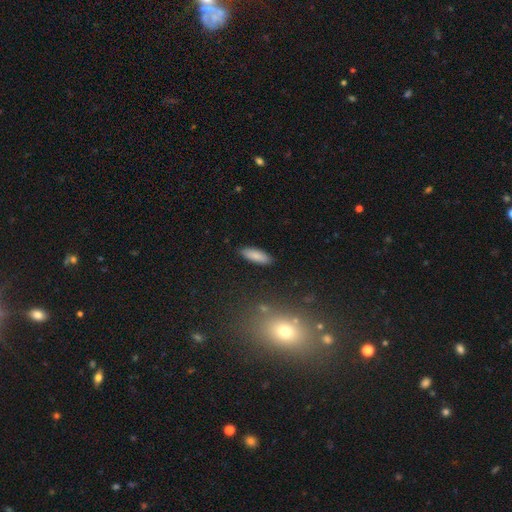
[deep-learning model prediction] smooth_or_featured: smooth (p=0.86) [alt: featured or disk p=0.07]
how_rounded: in between (p=0.59) [alt: cigar-shaped p=0.39]
merging: none (p=0.88) [alt: minor disturbance p=0.08]